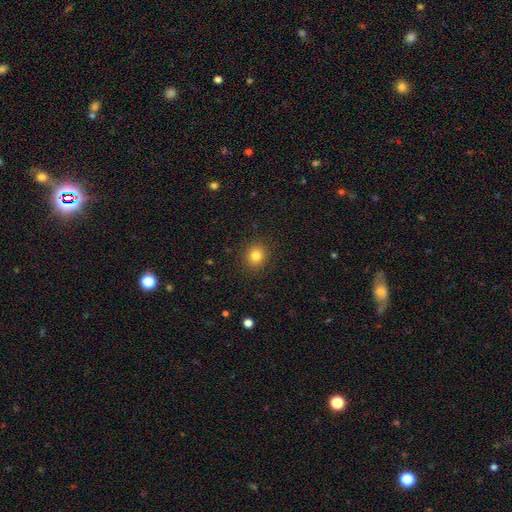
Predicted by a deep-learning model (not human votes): Smooth or featured: smooth — 82% (star or artifact — 12%)
How rounded: round — 82% (in between — 17%)
Merging: none — 90% (minor disturbance — 7%)